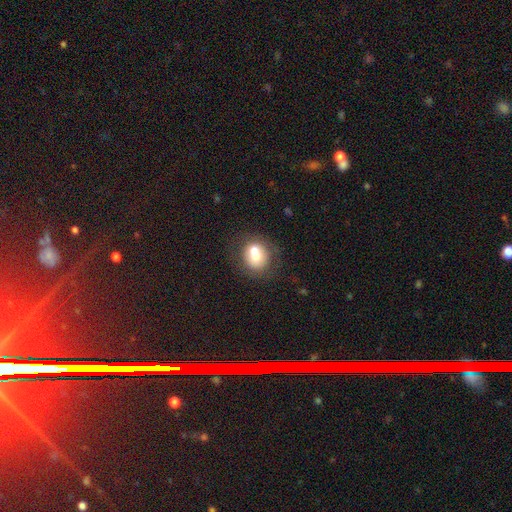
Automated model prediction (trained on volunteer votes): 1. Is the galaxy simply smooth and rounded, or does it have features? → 65% smooth, 25% featured or disk, 10% star or artifact.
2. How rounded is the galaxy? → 66% round, 32% in between, 1% cigar-shaped.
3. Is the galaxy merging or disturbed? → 50% none, 30% merger, 14% minor disturbance, 6% major disturbance.